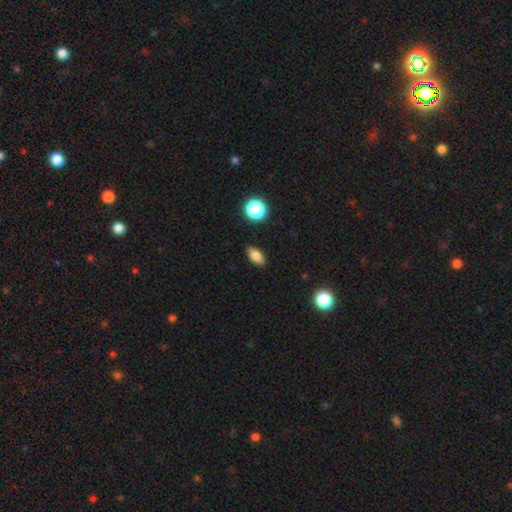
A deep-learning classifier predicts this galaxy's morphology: smooth_or_featured: smooth (p=0.82) [alt: star or artifact p=0.10]
how_rounded: in between (p=0.87) [alt: round p=0.08]
merging: none (p=0.89) [alt: minor disturbance p=0.08]